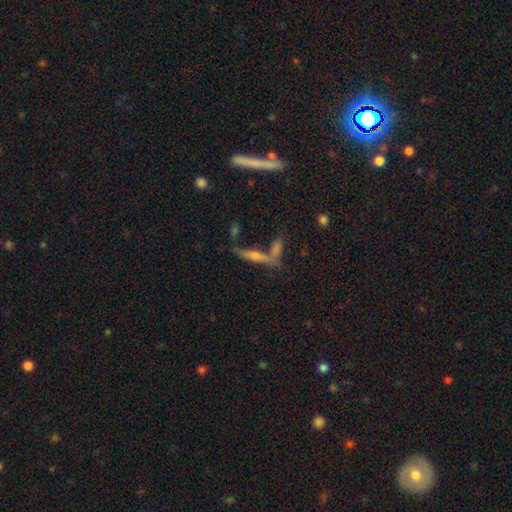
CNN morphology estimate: Smooth or featured? Predicted: featured or disk (p=0.51). Edge-on disk? Predicted: yes (p=0.85). Merging? Predicted: none (p=0.51).